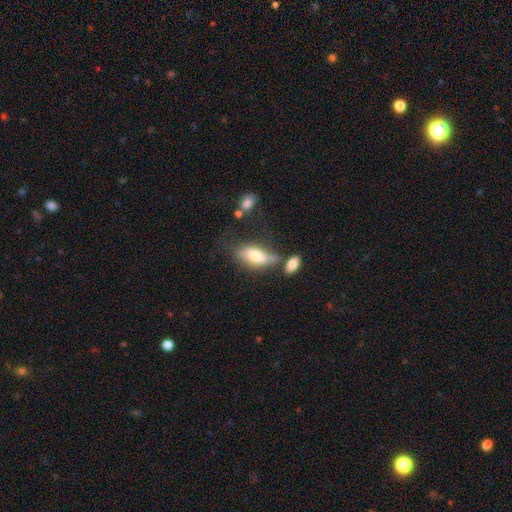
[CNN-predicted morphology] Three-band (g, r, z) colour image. It shows a smooth galaxy with no disk features (64%) that is in between round and cigar-shaped (82%). Merging: none (44%).